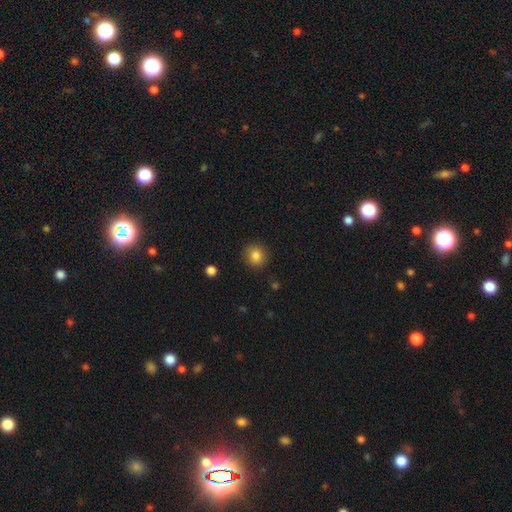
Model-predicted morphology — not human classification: Overall: smooth (84%). How rounded: round (87%). Merging: none (88%).